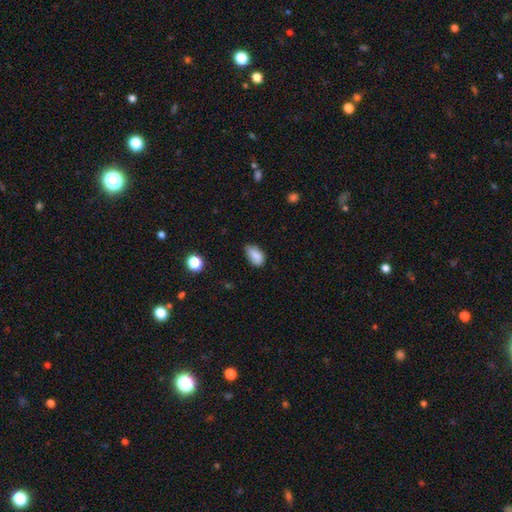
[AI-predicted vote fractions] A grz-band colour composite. It shows a smooth galaxy with no disk features (85%) that is in between round and cigar-shaped (91%). Merging: none (62%).